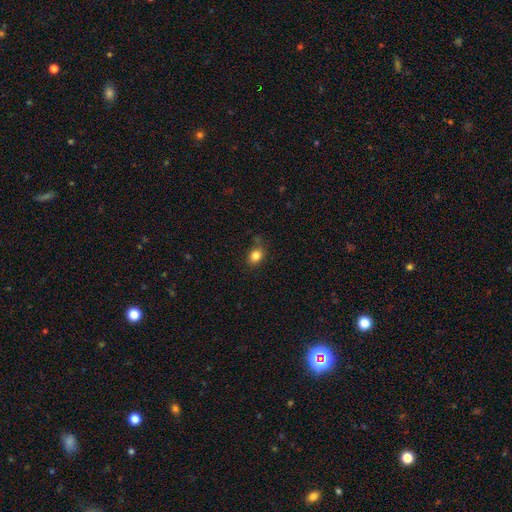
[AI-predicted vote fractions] smooth-or-featured: smooth: 83% | star or artifact: 11% | featured or disk: 6%
  how-rounded: in between: 53% | round: 46% | cigar-shaped: 1%
  merging: none: 77% | minor disturbance: 15% | major disturbance: 4% | merger: 3%